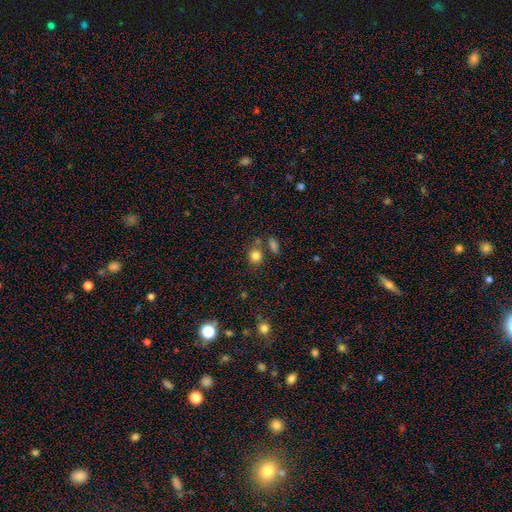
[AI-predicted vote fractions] This is clearly a smooth galaxy (81%). How rounded: likely round (76%). Merging: likely none (66%).